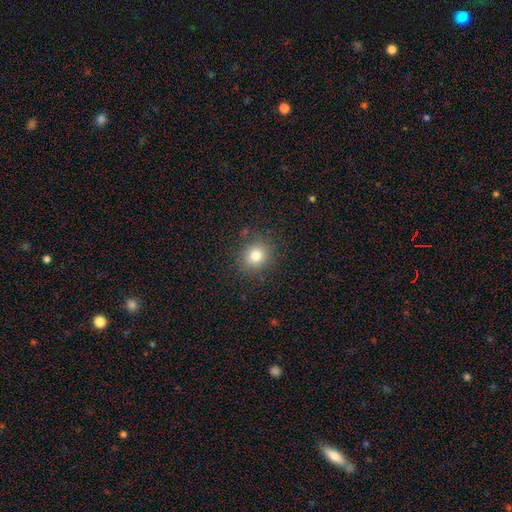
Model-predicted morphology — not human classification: Smooth or featured? smooth (79%)
How rounded? round (80%)
Merging? none (86%)